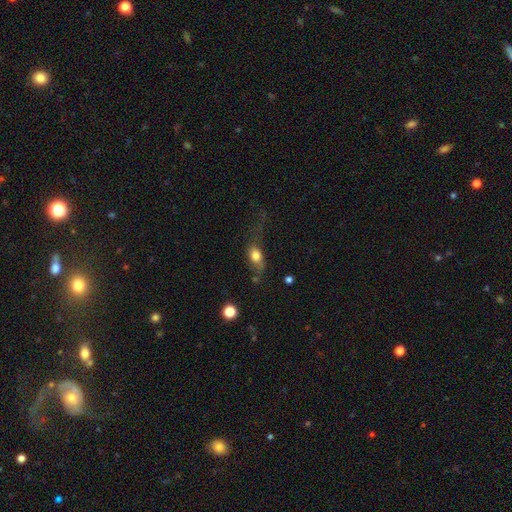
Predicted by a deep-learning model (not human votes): This appears to be a smooth galaxy with no disk features (70%) that is in between round and cigar-shaped (73%). Merging: major disturbance (37%).